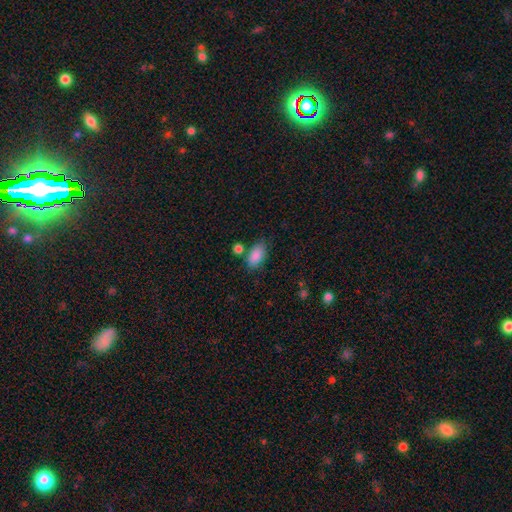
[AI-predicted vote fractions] Smooth or featured? smooth (88%)
How rounded? in between (92%)
Merging? none (71%)